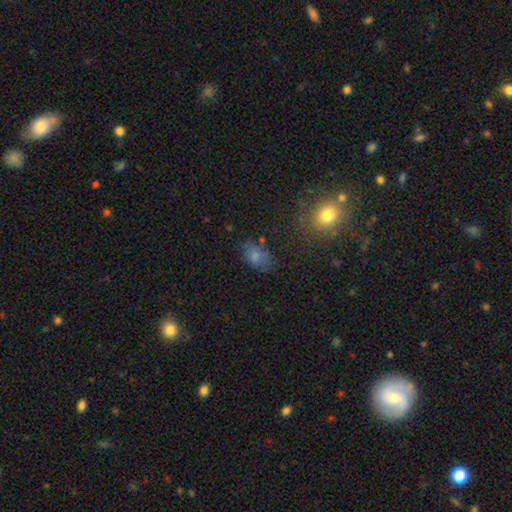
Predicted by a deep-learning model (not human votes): The model was most divided on "merging": none: 64%, minor disturbance: 22%, major disturbance: 9%, merger: 4%. More confident: how rounded — in between (88%); smooth or featured — smooth (74%).